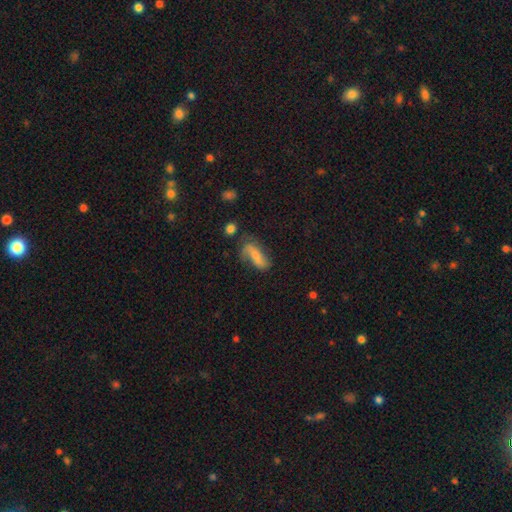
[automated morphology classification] Smooth or featured? smooth (54%)
How rounded? in between (68%)
Merging? none (44%)